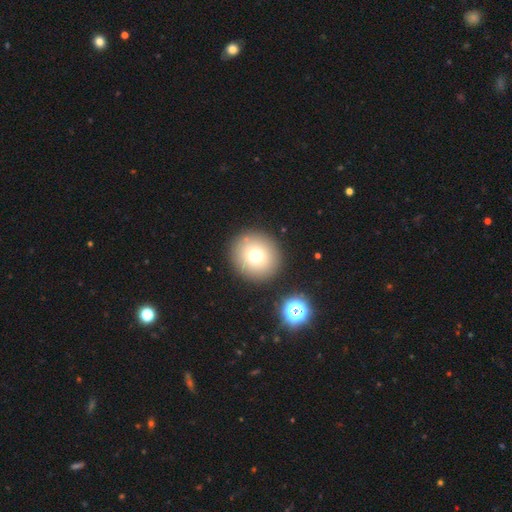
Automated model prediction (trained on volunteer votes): smooth_or_featured: smooth (p=0.72) [alt: star or artifact p=0.15]
how_rounded: round (p=0.91) [alt: in between p=0.08]
merging: none (p=0.87) [alt: minor disturbance p=0.06]